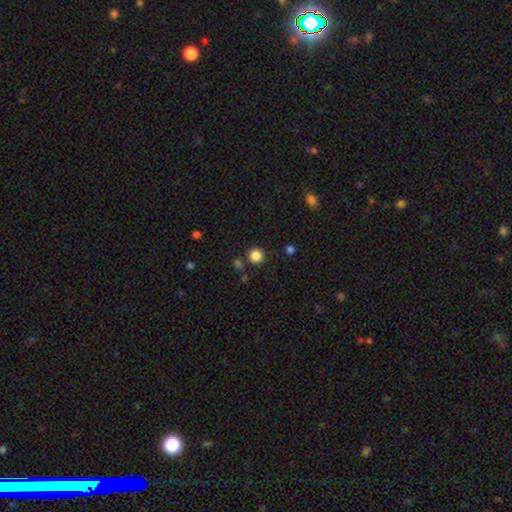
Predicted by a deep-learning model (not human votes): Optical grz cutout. It shows a smooth galaxy with no disk features (85%) that is round (94%). Merging: none (87%).